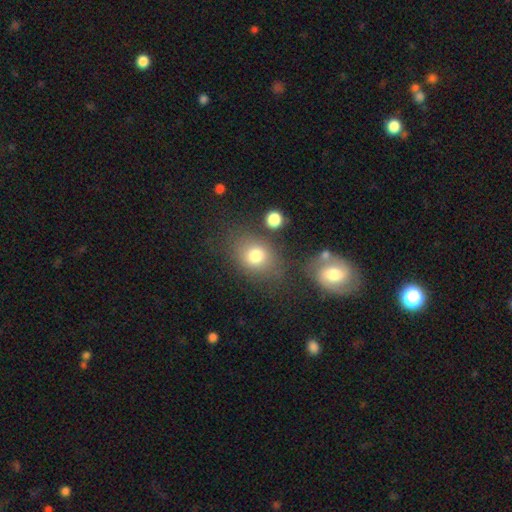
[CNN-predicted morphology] Smooth or featured: smooth — 77% (star or artifact — 12%)
How rounded: in between — 51% (round — 48%)
Merging: none — 67% (minor disturbance — 16%)